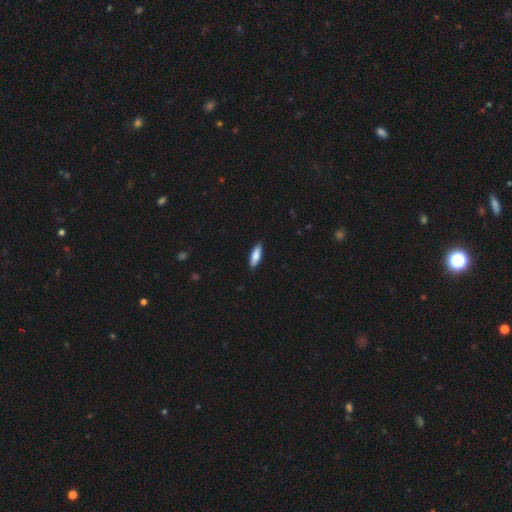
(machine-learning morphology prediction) This is likely a smooth galaxy (78%). How rounded: possibly cigar-shaped (50%). Merging: clearly none (89%).